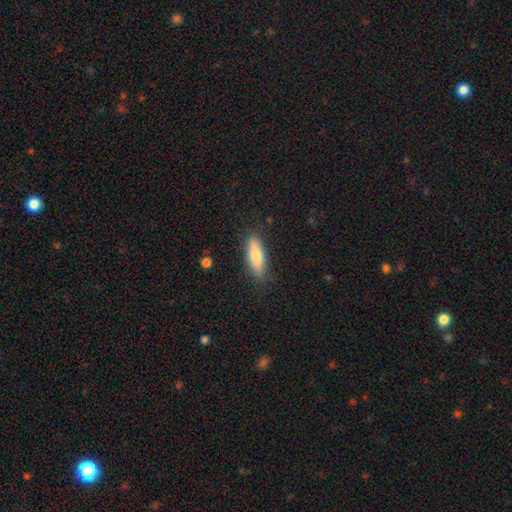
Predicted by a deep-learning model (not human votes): Q: Smooth or featured?
A: smooth (74%); runner-up: featured or disk (20%)
Q: How rounded?
A: cigar-shaped (59%); runner-up: in between (39%)
Q: Merging?
A: none (86%); runner-up: minor disturbance (11%)